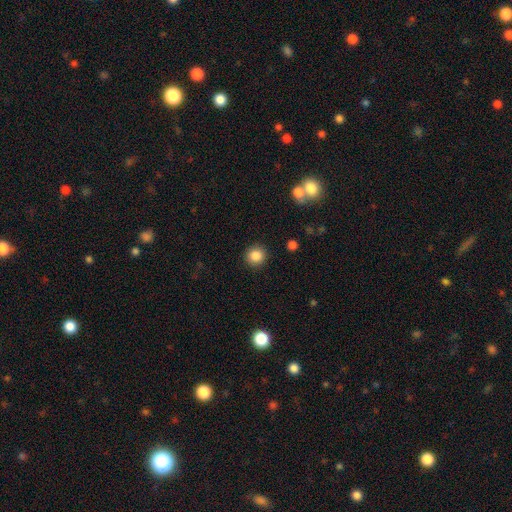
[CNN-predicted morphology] smooth 86%, star or artifact 10%, featured or disk 4%. Down the decision tree: how rounded — round (92%); merging — none (91%).